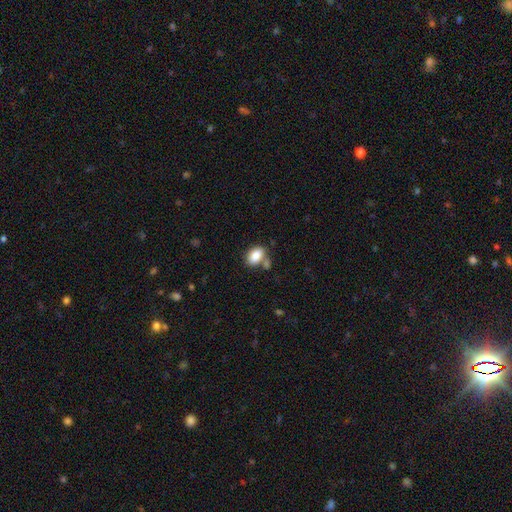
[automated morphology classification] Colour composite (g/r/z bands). It shows a smooth galaxy with no disk features (85%) that is in between round and cigar-shaped (85%). Merging: none (61%).